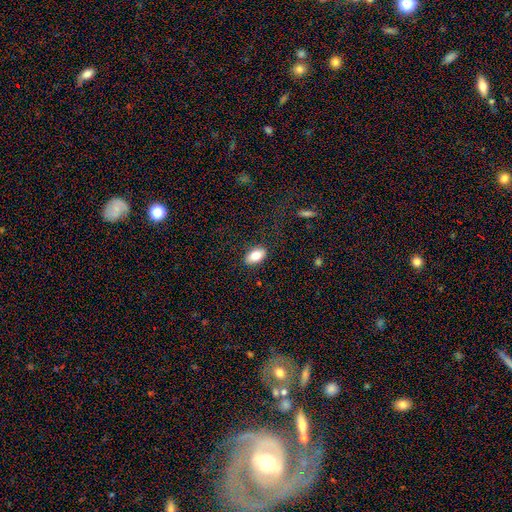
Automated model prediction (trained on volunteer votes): Smooth or featured: smooth — 80% (featured or disk — 13%)
How rounded: in between — 91% (round — 6%)
Merging: none — 87% (minor disturbance — 10%)